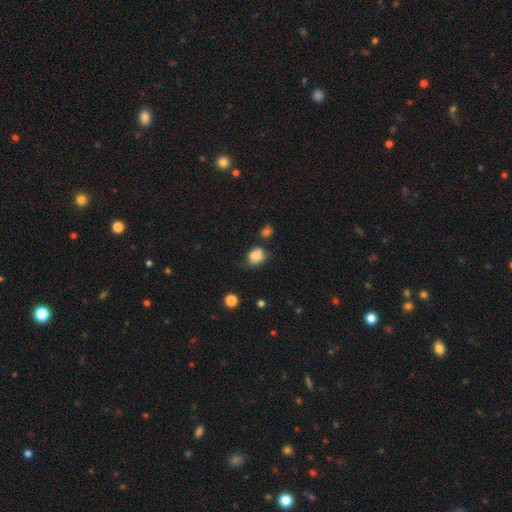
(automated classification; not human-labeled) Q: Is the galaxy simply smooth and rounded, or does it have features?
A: smooth — 76%.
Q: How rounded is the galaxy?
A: in between — 55%.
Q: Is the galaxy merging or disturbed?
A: none — 43%.